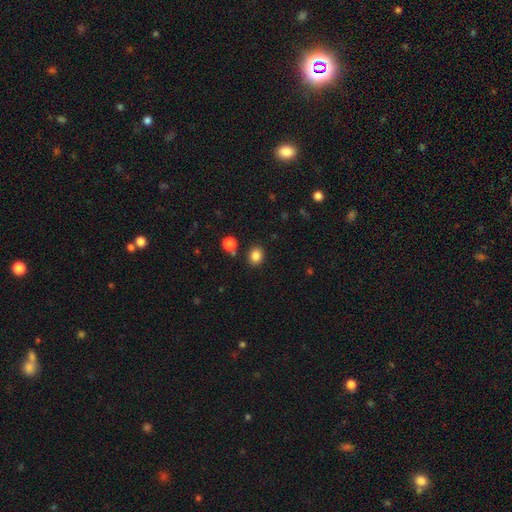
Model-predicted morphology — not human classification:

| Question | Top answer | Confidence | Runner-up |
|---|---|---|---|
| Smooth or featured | smooth | 84% | star or artifact (11%) |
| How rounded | round | 66% | in between (33%) |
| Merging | none | 86% | minor disturbance (7%) |